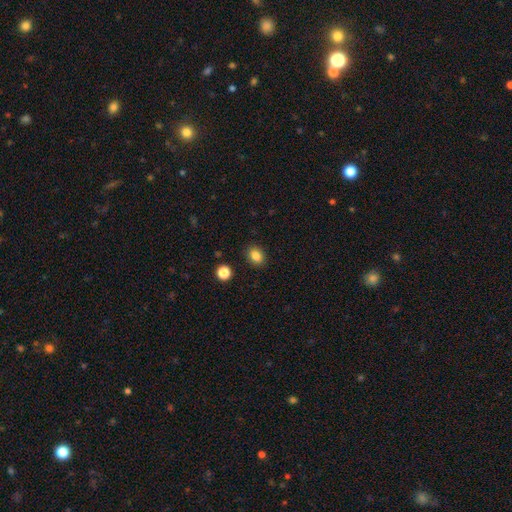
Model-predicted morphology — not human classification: This appears to be a smooth galaxy with no disk features (85%) that is in between round and cigar-shaped (58%). Merging: none (89%).